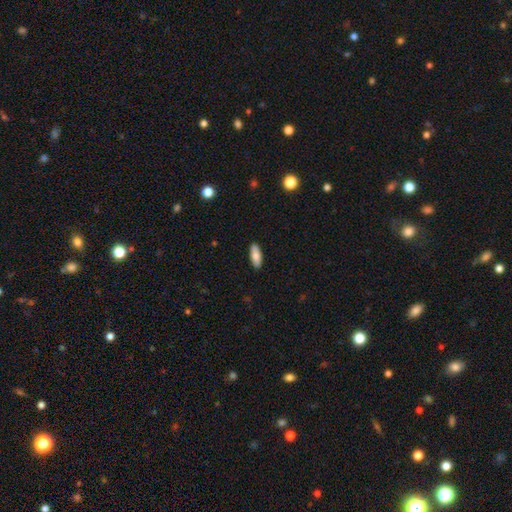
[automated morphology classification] Smooth or featured: smooth — 82% (featured or disk — 12%)
How rounded: in between — 74% (cigar-shaped — 24%)
Merging: none — 88% (minor disturbance — 9%)